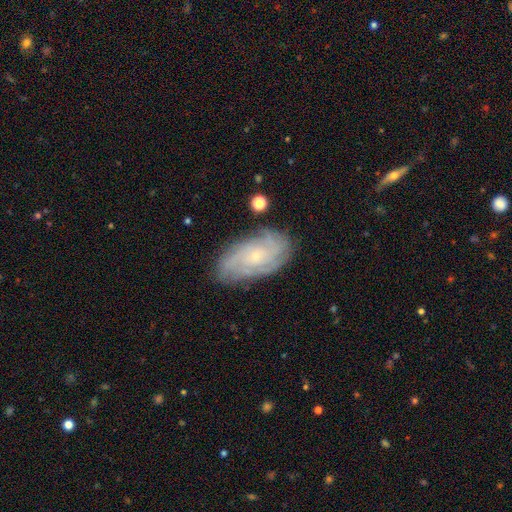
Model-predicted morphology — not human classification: This is likely a featured or disk galaxy (77%). It is clearly not viewed edge-on (95%). Bar: likely no (78%). Spiral arm pattern: clearly yes (94%). Spiral arm count: marginally can't tell (36%). Spiral winding: likely tight (66%). Central bulge: clearly small (82%). Merging: likely none (78%).